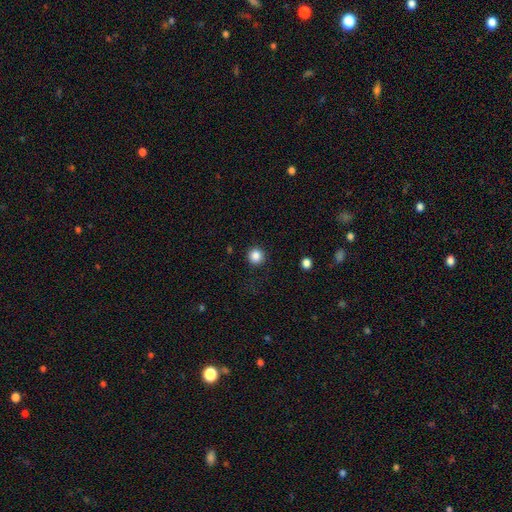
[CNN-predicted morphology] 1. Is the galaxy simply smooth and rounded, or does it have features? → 86% smooth, 11% star or artifact, 4% featured or disk.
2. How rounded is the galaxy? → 95% round, 4% in between, 1% cigar-shaped.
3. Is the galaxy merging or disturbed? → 90% none, 6% minor disturbance, 2% major disturbance, 1% merger.